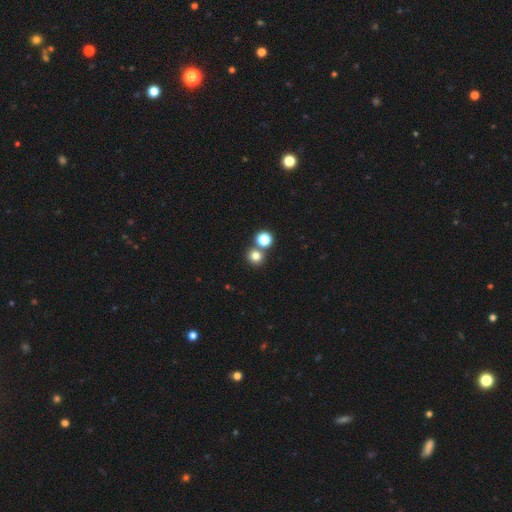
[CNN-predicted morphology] Q: Smooth or featured?
A: smooth (77%); runner-up: star or artifact (17%)
Q: How rounded?
A: round (91%); runner-up: in between (8%)
Q: Merging?
A: none (70%); runner-up: merger (22%)